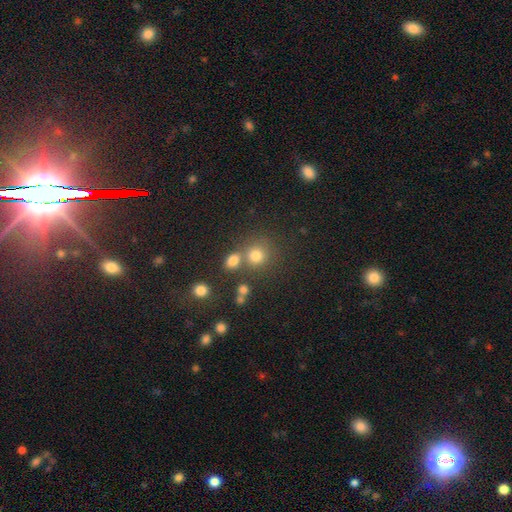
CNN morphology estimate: smooth-or-featured: smooth: 75% | star or artifact: 17% | featured or disk: 9%
  how-rounded: round: 85% | in between: 14% | cigar-shaped: 1%
  merging: none: 60% | merger: 26% | minor disturbance: 9% | major disturbance: 5%